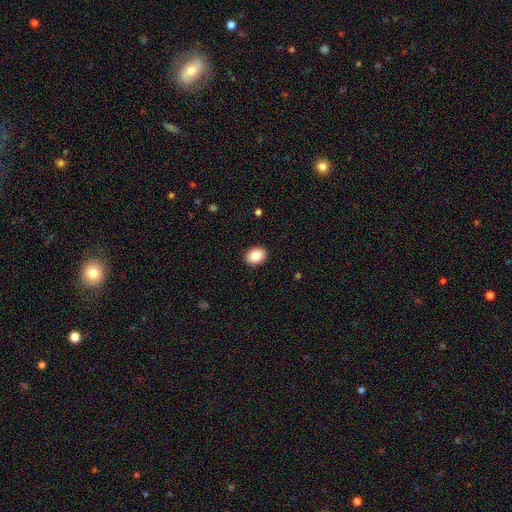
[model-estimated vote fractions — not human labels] smooth 86%, star or artifact 8%, featured or disk 6%. Down the decision tree: how rounded — in between (65%); merging — none (91%).